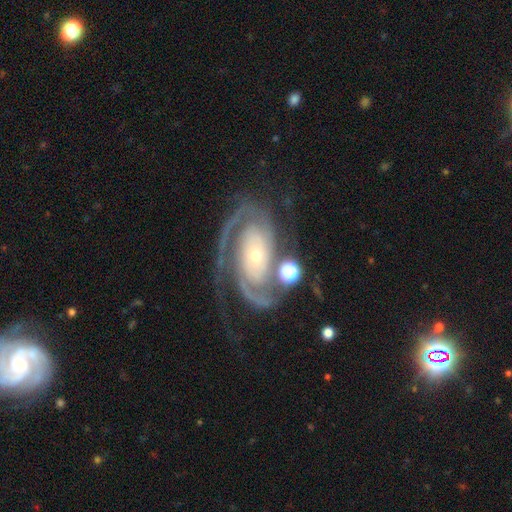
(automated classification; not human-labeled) The model was most divided on "spiral winding": tight: 58%, medium: 35%, loose: 7%. More confident: spiral arms — yes (98%); edge-on disk — no (97%); smooth or featured — featured or disk (91%); spiral arm count — 2 (82%); bulge size — small (72%); merging — none (66%); bar — no (65%).